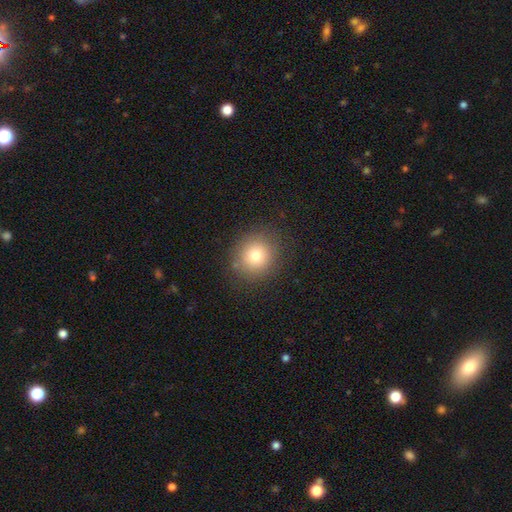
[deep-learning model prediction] Smooth or featured?
  - smooth: 78% *
  - star or artifact: 12%
  - featured or disk: 10%
How rounded?
  - round: 87% *
  - in between: 12%
  - cigar-shaped: 1%
Merging?
  - none: 86% *
  - minor disturbance: 9%
  - major disturbance: 3%
  - merger: 1%